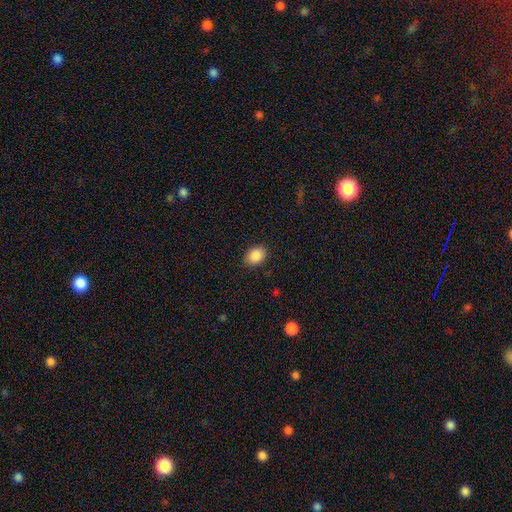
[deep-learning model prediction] smooth_or_featured: smooth (p=0.88) [alt: star or artifact p=0.08]
how_rounded: in between (p=0.65) [alt: round p=0.34]
merging: none (p=0.87) [alt: minor disturbance p=0.09]